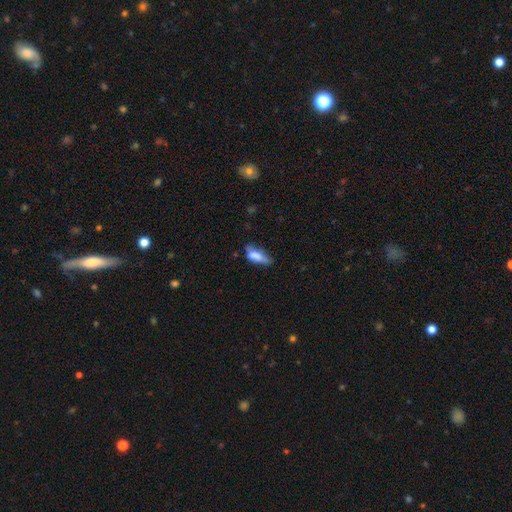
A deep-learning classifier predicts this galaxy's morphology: Smooth or featured? Predicted: smooth (p=0.75). How rounded? Predicted: in between (p=0.72). Merging? Predicted: minor disturbance (p=0.38).